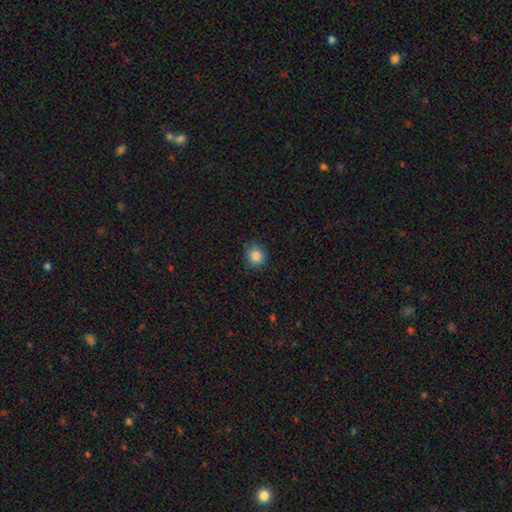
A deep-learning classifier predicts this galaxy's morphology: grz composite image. It shows a smooth galaxy with no disk features (86%) that is round (88%). Merging: none (82%).